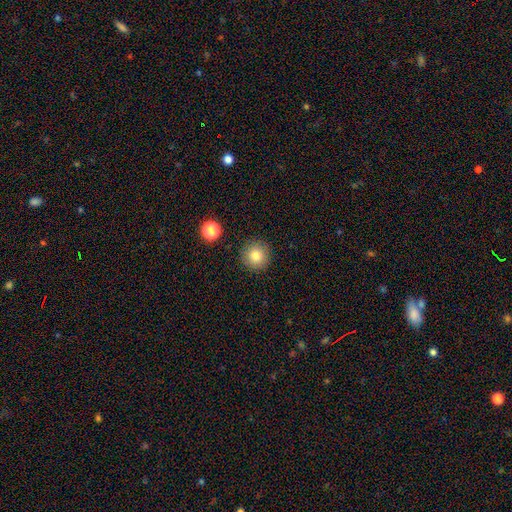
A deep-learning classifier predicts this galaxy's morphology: Overall: smooth (81%). How rounded: round (96%). Merging: none (90%).